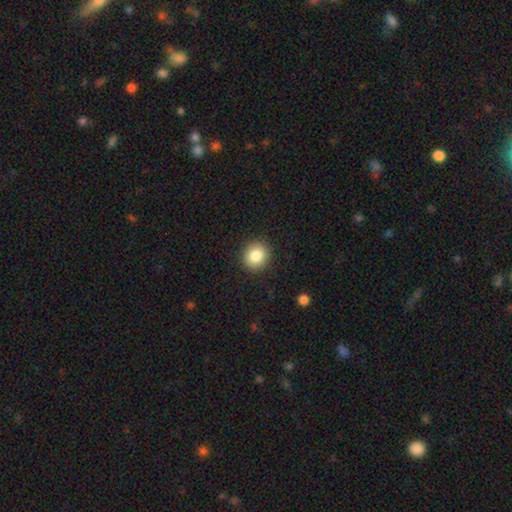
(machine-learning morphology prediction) Smooth or featured? smooth (85%)
How rounded? round (81%)
Merging? none (91%)